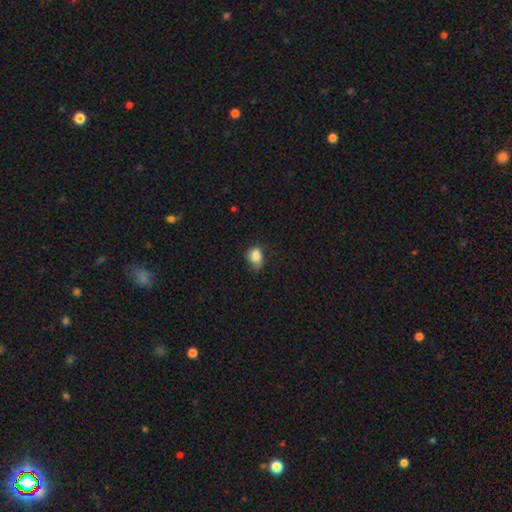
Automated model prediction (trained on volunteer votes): Smooth or featured: smooth — 84% (star or artifact — 9%)
How rounded: in between — 57% (round — 42%)
Merging: none — 51% (minor disturbance — 36%)